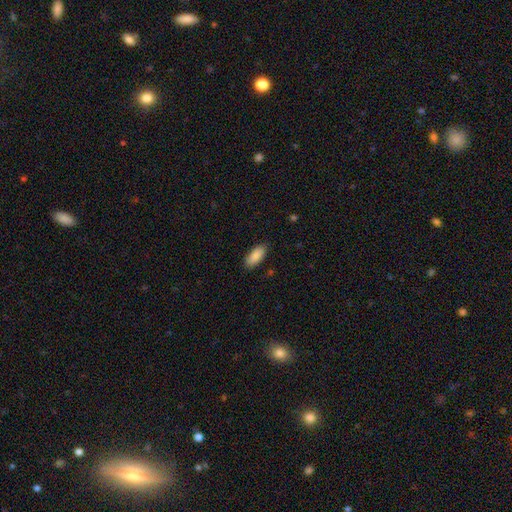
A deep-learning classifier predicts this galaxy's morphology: smooth 88%, featured or disk 6%, star or artifact 6%. Down the decision tree: how rounded — in between (87%); merging — none (86%).